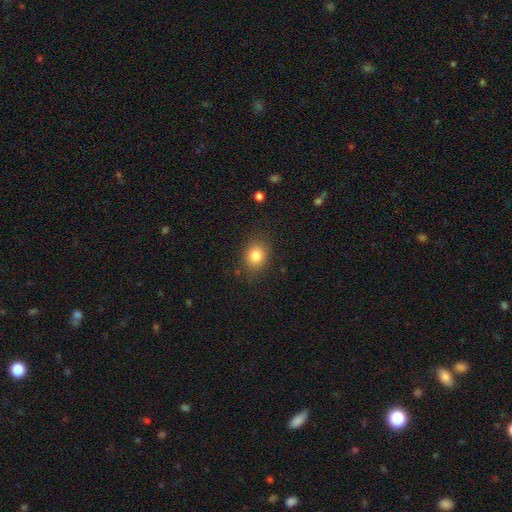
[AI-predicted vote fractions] Morphology: type=smooth (83%); roundness=round (55%); merging=none (84%).